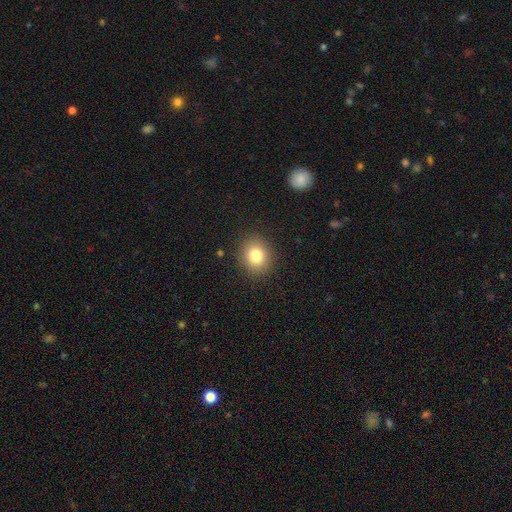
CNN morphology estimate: type=smooth (80%); roundness=round (73%); merging=none (89%).